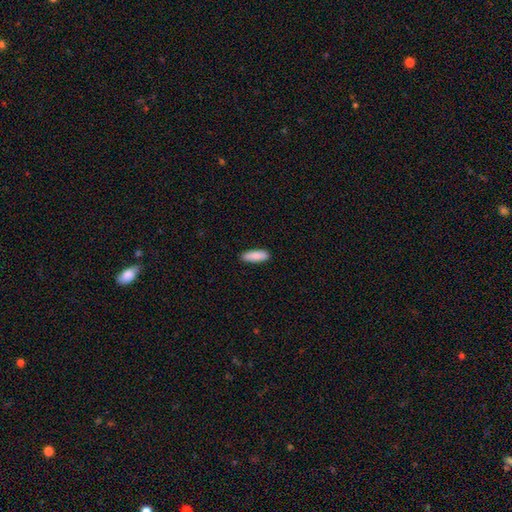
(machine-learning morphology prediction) This is clearly a smooth galaxy (88%). How rounded: possibly in between (59%). Merging: clearly none (90%).